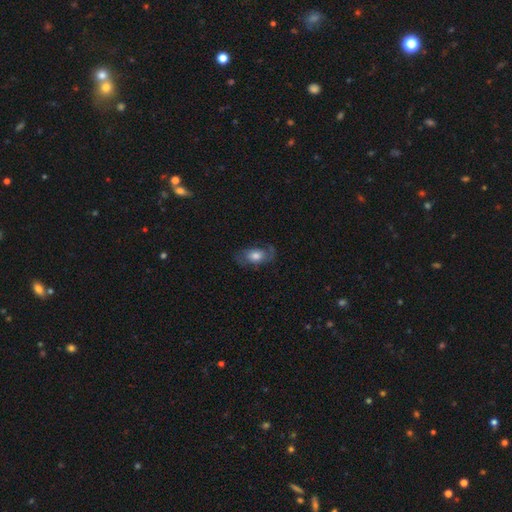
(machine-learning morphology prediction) smooth_or_featured: smooth (p=0.54) [alt: featured or disk p=0.38]
how_rounded: in between (p=0.82) [alt: round p=0.15]
merging: none (p=0.60) [alt: minor disturbance p=0.22]